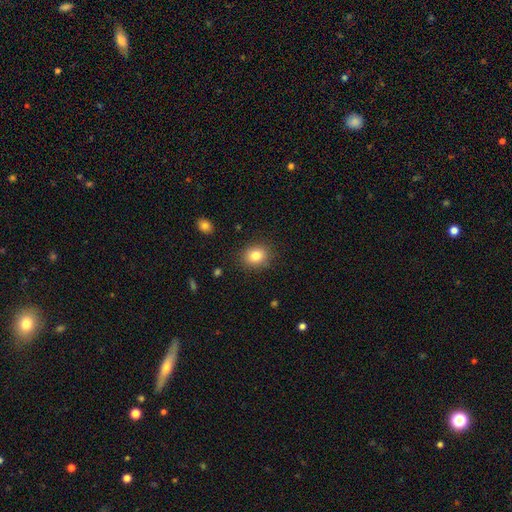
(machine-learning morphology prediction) A smooth galaxy with no disk features (82%) that is round (62%). Merging: none (87%).